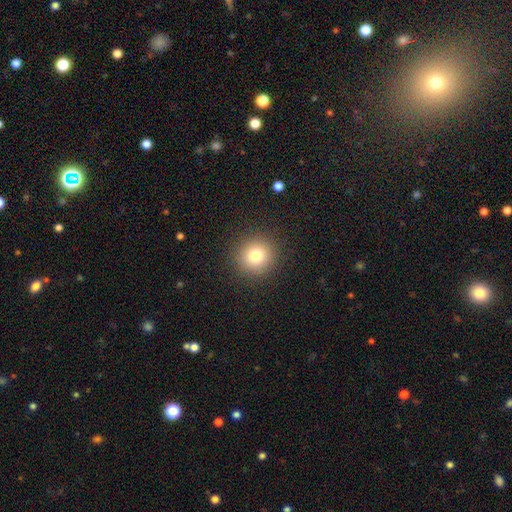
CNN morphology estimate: A smooth galaxy with no disk features (79%) that is round (91%).

Vote fractions:
- Smooth or featured? smooth: 79% / star or artifact: 12% / featured or disk: 9%
- How rounded? round: 91% / in between: 8% / cigar-shaped: 1%
- Merging? none: 90% / minor disturbance: 6% / major disturbance: 3% / merger: 1%